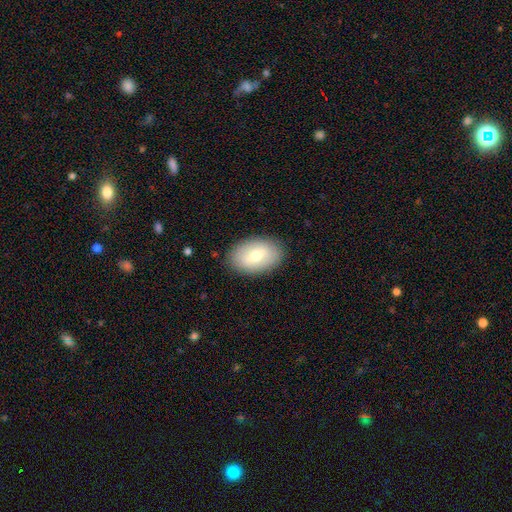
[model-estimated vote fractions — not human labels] Overall: smooth (65%; featured or disk 28%). How rounded: in between (90%). Merging: none (87%).